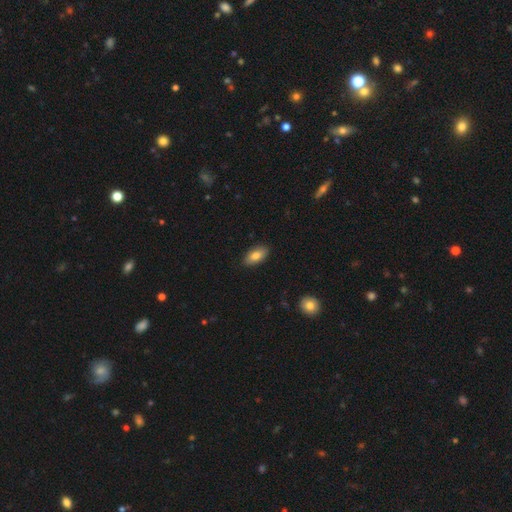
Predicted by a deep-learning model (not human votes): smooth-or-featured: smooth: 81% | featured or disk: 13% | star or artifact: 7%
  how-rounded: in between: 91% | cigar-shaped: 6% | round: 3%
  merging: none: 88% | minor disturbance: 9% | major disturbance: 2% | merger: 1%